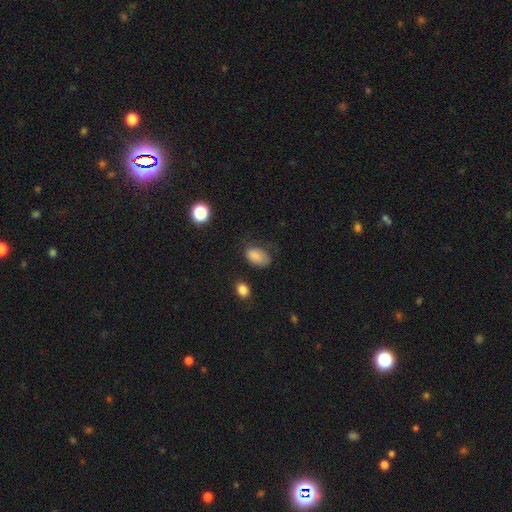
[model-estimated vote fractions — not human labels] Smooth or featured? Predicted: smooth (p=0.84). How rounded? Predicted: in between (p=0.90). Merging? Predicted: none (p=0.55).